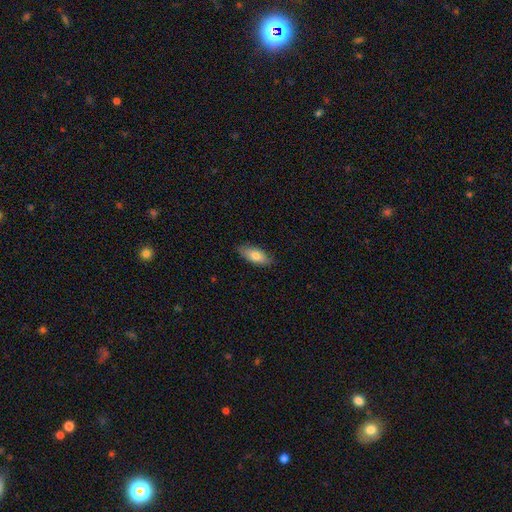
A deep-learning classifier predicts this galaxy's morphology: A smooth galaxy with no disk features (78%) that is in between round and cigar-shaped (84%).

Vote fractions:
- Smooth or featured? smooth: 78% / featured or disk: 16% / star or artifact: 6%
- How rounded? in between: 84% / cigar-shaped: 13% / round: 3%
- Merging? none: 82% / minor disturbance: 14% / major disturbance: 2% / merger: 1%